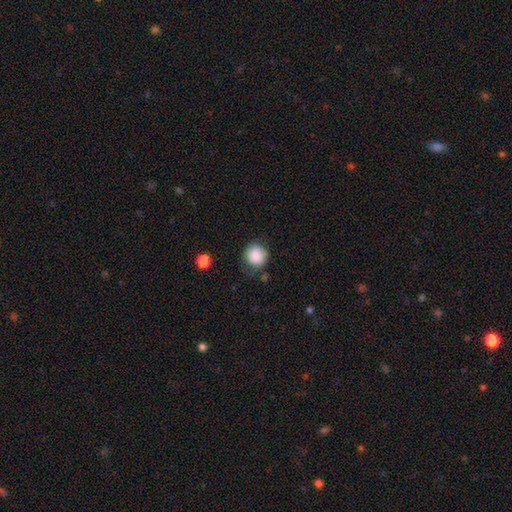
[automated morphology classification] smooth_or_featured: smooth (p=0.86) [alt: star or artifact p=0.08]
how_rounded: round (p=0.89) [alt: in between p=0.10]
merging: none (p=0.74) [alt: minor disturbance p=0.18]